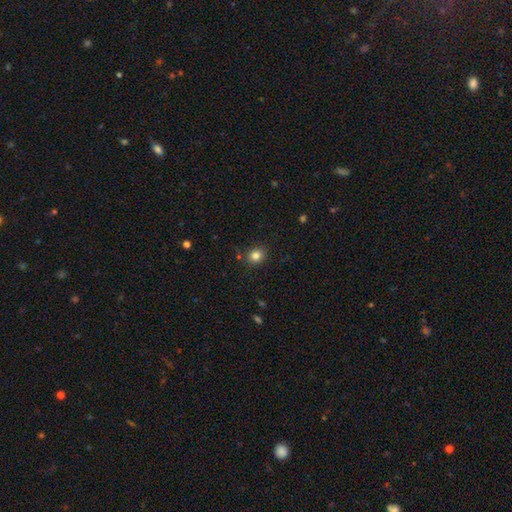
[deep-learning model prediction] This is clearly a smooth galaxy (83%). How rounded: likely round (73%). Merging: clearly none (84%).